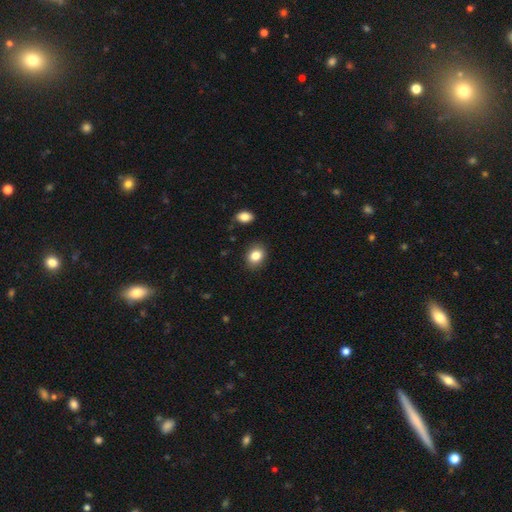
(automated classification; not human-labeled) A smooth galaxy with no disk features (84%) that is in between round and cigar-shaped (55%).

Vote fractions:
- Smooth or featured? smooth: 84% / star or artifact: 9% / featured or disk: 7%
- How rounded? in between: 55% / round: 44% / cigar-shaped: 1%
- Merging? none: 87% / minor disturbance: 9% / major disturbance: 2% / merger: 2%